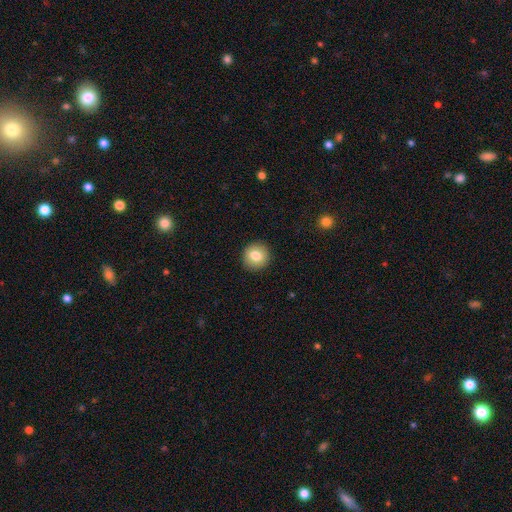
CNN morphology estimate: smooth-or-featured: smooth: 80% | featured or disk: 11% | star or artifact: 9%
  how-rounded: round: 91% | in between: 8% | cigar-shaped: 1%
  merging: none: 92% | minor disturbance: 6% | major disturbance: 2% | merger: 1%